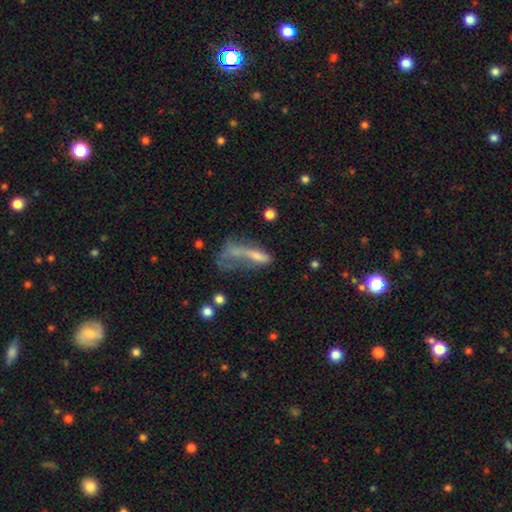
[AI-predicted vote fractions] Smooth or featured?
  - smooth: 47% *
  - featured or disk: 37%
  - star or artifact: 15%
Merging?
  - major disturbance: 44% *
  - none: 21%
  - merger: 20%
  - minor disturbance: 15%